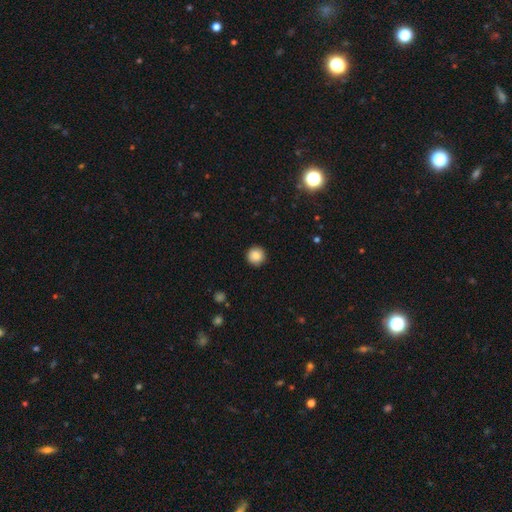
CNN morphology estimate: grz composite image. It shows a smooth galaxy with no disk features (86%) that is round (95%). Merging: none (91%).